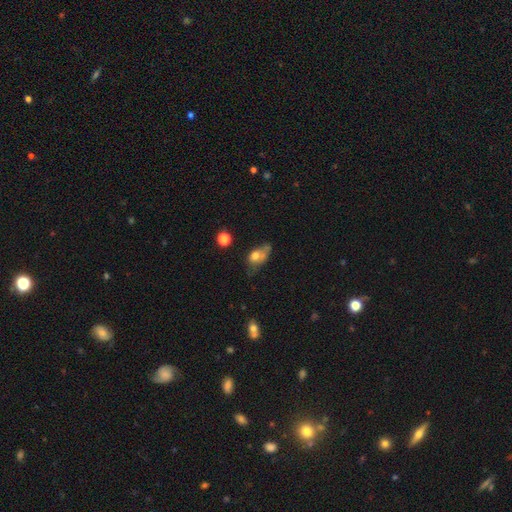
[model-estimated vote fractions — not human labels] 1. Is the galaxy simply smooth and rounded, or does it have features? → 64% smooth, 24% featured or disk, 12% star or artifact.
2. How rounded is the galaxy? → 74% in between, 23% round, 3% cigar-shaped.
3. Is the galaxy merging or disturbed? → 29% minor disturbance, 27% none, 25% major disturbance, 19% merger.